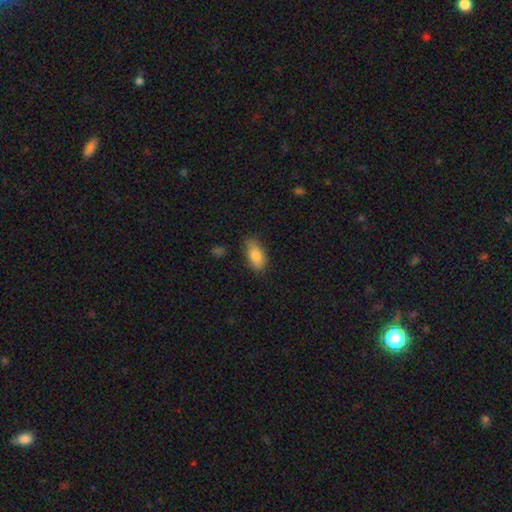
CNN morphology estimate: type=smooth (84%); roundness=in between (89%); merging=none (80%).